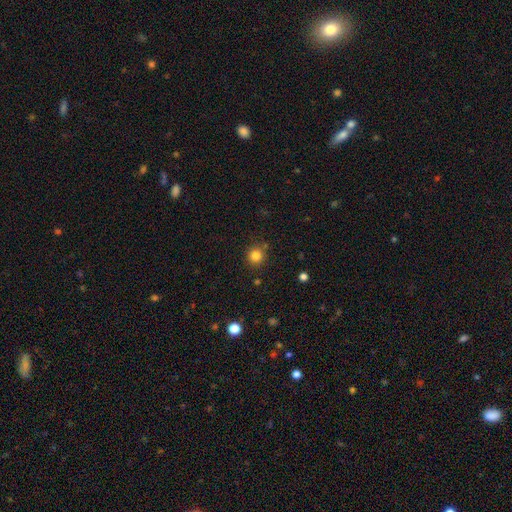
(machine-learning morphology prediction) This is clearly a smooth galaxy (82%). How rounded: clearly round (93%). Merging: clearly none (85%).